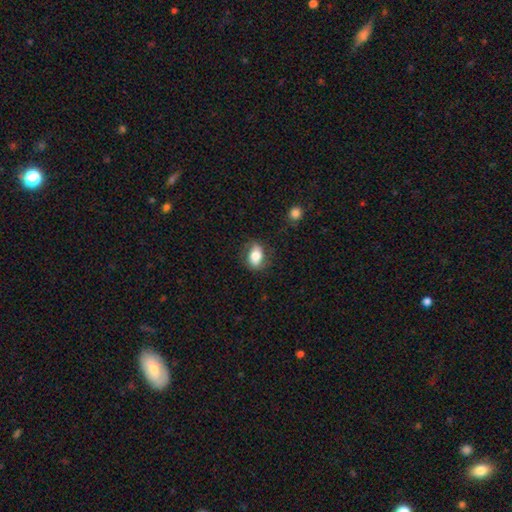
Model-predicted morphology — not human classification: smooth-or-featured: smooth: 72% | featured or disk: 20% | star or artifact: 7%
  how-rounded: in between: 82% | round: 16% | cigar-shaped: 3%
  merging: none: 73% | minor disturbance: 19% | major disturbance: 6% | merger: 2%